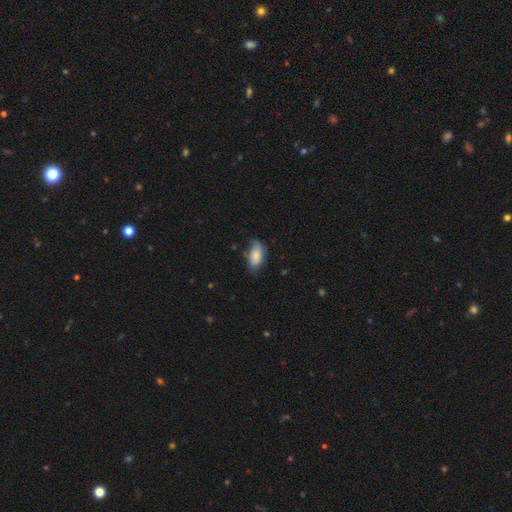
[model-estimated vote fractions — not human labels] The model was most divided on "merging": none: 51%, minor disturbance: 36%, major disturbance: 10%, merger: 3%. More confident: how rounded — in between (92%); smooth or featured — smooth (77%).